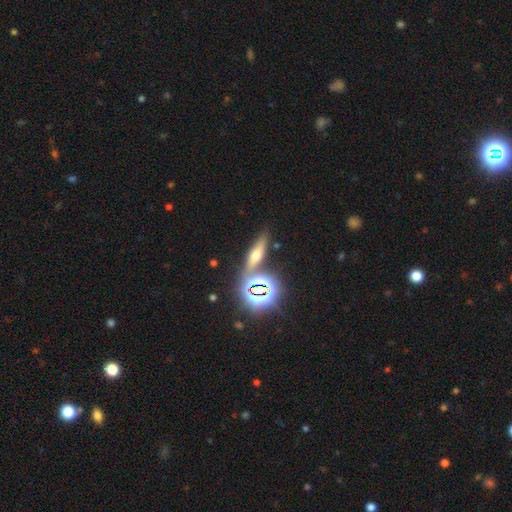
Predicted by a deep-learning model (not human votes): Smooth or featured? smooth (40%)
Merging? none (75%)